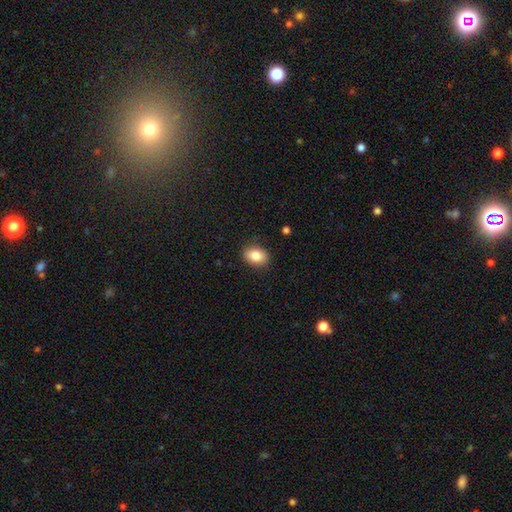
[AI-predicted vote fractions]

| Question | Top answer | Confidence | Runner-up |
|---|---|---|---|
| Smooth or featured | smooth | 85% | star or artifact (8%) |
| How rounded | in between | 74% | round (25%) |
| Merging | none | 88% | minor disturbance (9%) |